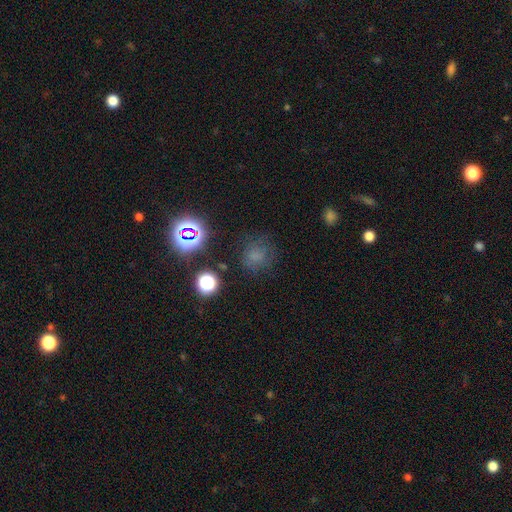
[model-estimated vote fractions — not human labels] This is likely a smooth galaxy (60%). How rounded: clearly round (83%). Merging: likely none (71%).